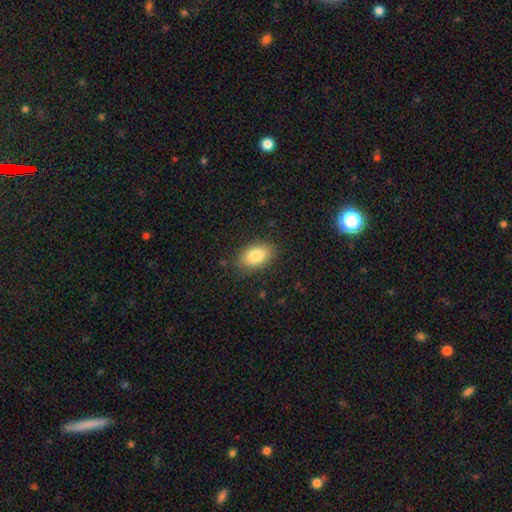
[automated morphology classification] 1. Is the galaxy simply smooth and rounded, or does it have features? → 85% smooth, 7% featured or disk, 7% star or artifact.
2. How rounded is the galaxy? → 91% in between, 7% round, 2% cigar-shaped.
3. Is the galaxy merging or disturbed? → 85% none, 11% minor disturbance, 3% major disturbance, 1% merger.